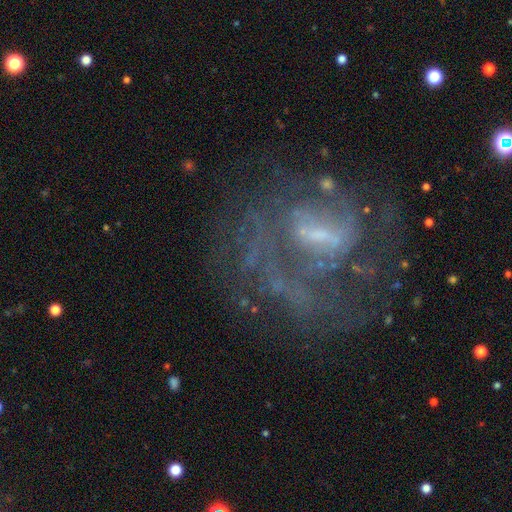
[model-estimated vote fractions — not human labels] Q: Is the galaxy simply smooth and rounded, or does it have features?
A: featured or disk — 77%.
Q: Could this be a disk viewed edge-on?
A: no — 97%.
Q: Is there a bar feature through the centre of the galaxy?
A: weak — 49%.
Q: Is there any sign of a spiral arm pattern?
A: yes — 71%.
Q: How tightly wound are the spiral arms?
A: medium — 38%.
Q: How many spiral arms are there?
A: can't tell — 43%.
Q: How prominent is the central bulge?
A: small — 49%.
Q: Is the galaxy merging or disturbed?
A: none — 49%.